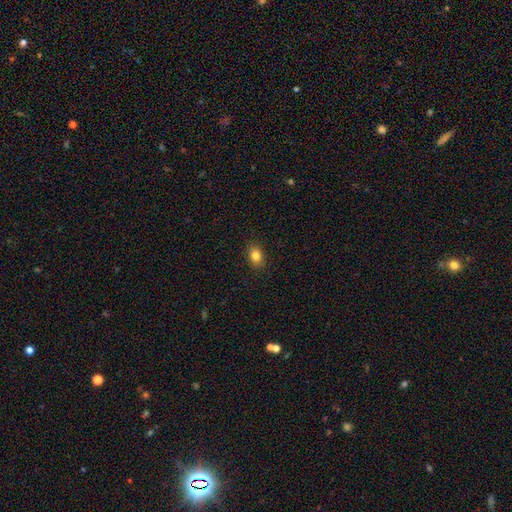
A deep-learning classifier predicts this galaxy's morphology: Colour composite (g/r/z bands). It shows a smooth galaxy with no disk features (83%) that is in between round and cigar-shaped (64%). Merging: none (89%).